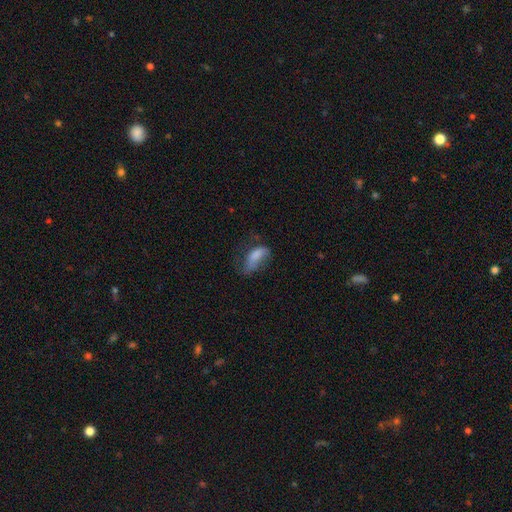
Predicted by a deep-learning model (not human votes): The model was most divided on "merging": major disturbance: 37%, minor disturbance: 30%, none: 29%, merger: 3%. More confident: how rounded — in between (85%); smooth or featured — smooth (70%).